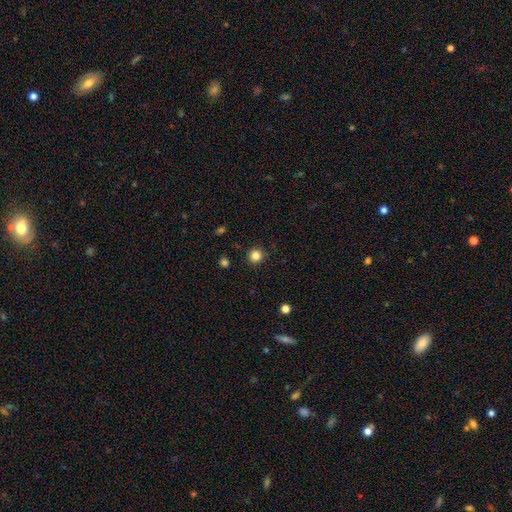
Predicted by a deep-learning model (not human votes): A smooth galaxy with no disk features (84%) that is round (94%).

Vote fractions:
- Smooth or featured? smooth: 84% / star or artifact: 12% / featured or disk: 4%
- How rounded? round: 94% / in between: 5% / cigar-shaped: 1%
- Merging? none: 91% / minor disturbance: 6% / major disturbance: 2% / merger: 1%